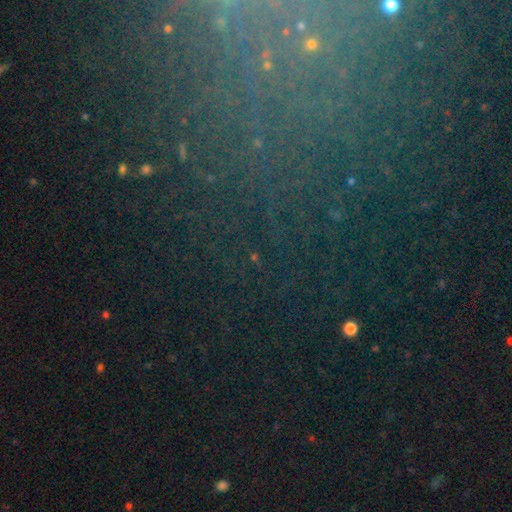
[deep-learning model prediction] This appears to be a star or artifact, not a galaxy (72%).